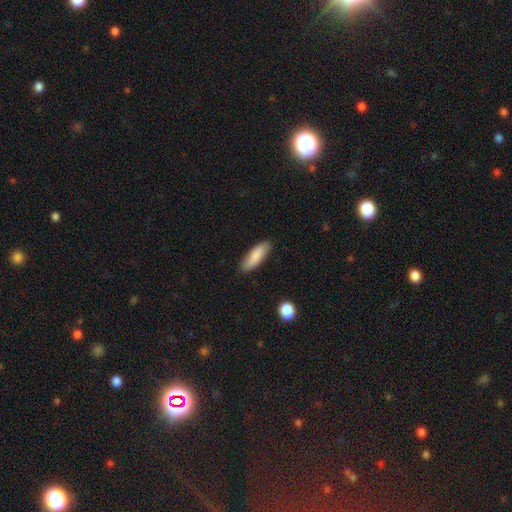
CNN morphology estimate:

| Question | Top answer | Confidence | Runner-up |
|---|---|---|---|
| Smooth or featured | smooth | 85% | featured or disk (9%) |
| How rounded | in between | 54% | cigar-shaped (44%) |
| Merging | none | 85% | minor disturbance (12%) |